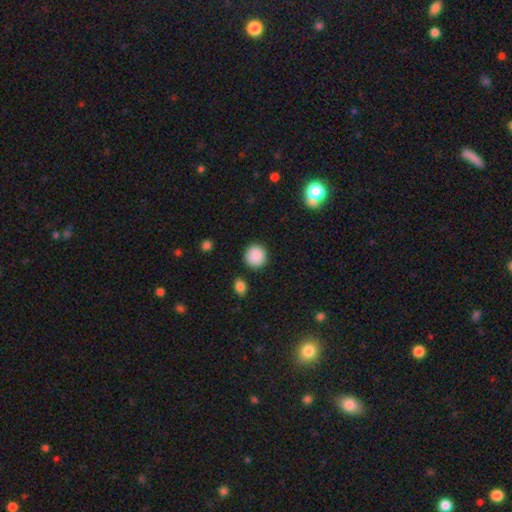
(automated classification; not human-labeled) Smooth or featured? Predicted: smooth (p=0.89). How rounded? Predicted: round (p=0.92). Merging? Predicted: none (p=0.89).